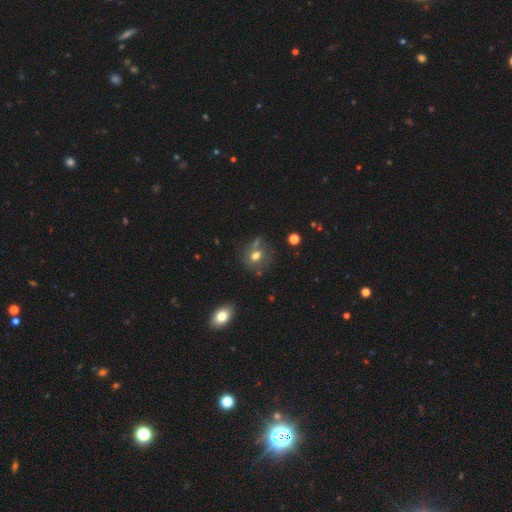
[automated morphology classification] Smooth or featured? Predicted: smooth (p=0.68). How rounded? Predicted: round (p=0.68). Merging? Predicted: none (p=0.62).